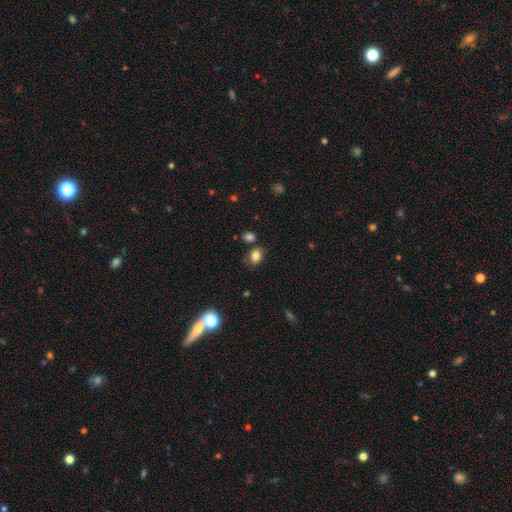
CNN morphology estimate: This appears to be a smooth galaxy with no disk features (82%) that is in between round and cigar-shaped (64%). Merging: none (74%).